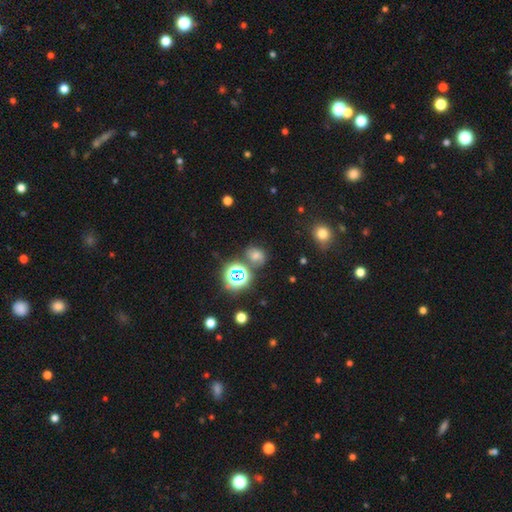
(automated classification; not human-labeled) This appears to be a smooth galaxy with no disk features (49%). Merging: none (62%).